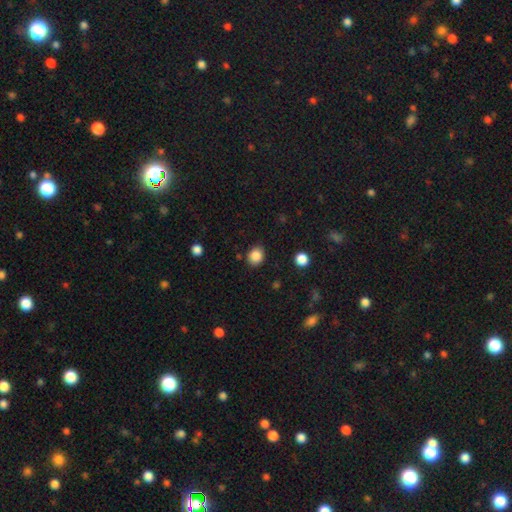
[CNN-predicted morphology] A smooth galaxy with no disk features (86%) that is round (64%).

Vote fractions:
- Smooth or featured? smooth: 86% / star or artifact: 10% / featured or disk: 4%
- How rounded? round: 64% / in between: 36% / cigar-shaped: 1%
- Merging? none: 85% / minor disturbance: 11% / major disturbance: 3% / merger: 2%